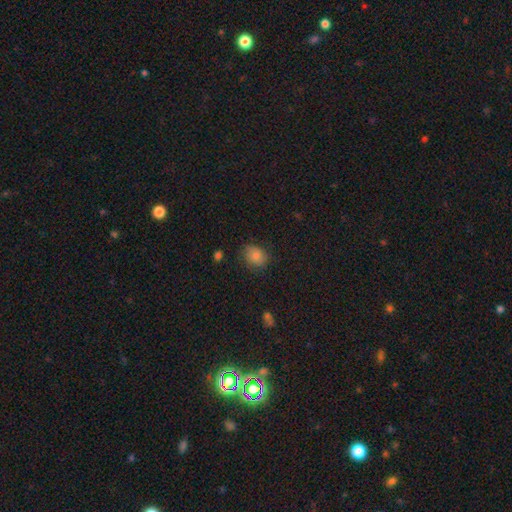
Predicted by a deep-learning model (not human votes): smooth_or_featured: smooth (p=0.79) [alt: star or artifact p=0.12]
how_rounded: round (p=0.52) [alt: in between p=0.47]
merging: none (p=0.76) [alt: minor disturbance p=0.19]